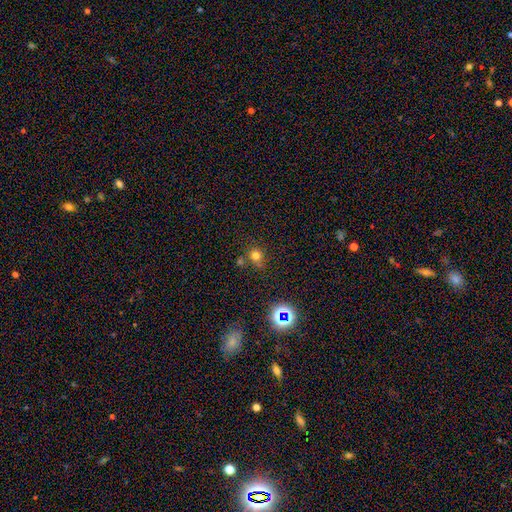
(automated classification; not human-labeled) smooth-or-featured: smooth: 70% | star or artifact: 22% | featured or disk: 8%
  how-rounded: round: 86% | in between: 13% | cigar-shaped: 1%
  merging: none: 64% | minor disturbance: 15% | merger: 15% | major disturbance: 6%